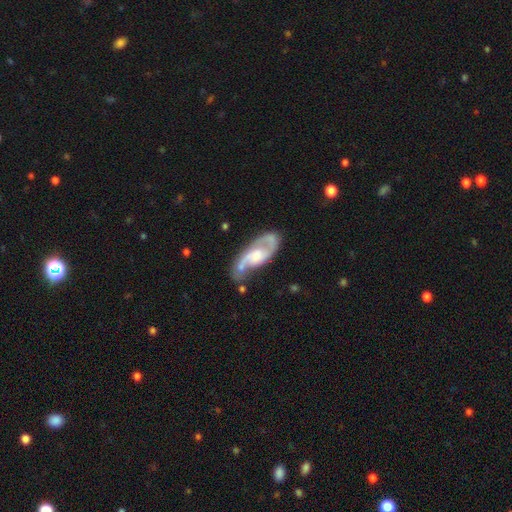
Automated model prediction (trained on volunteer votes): A featured or disk galaxy (83%) with no bar (52%), 2 (85%) medium (51%) spiral arms (94%) and a moderate central bulge (40%). Merging: none (62%).